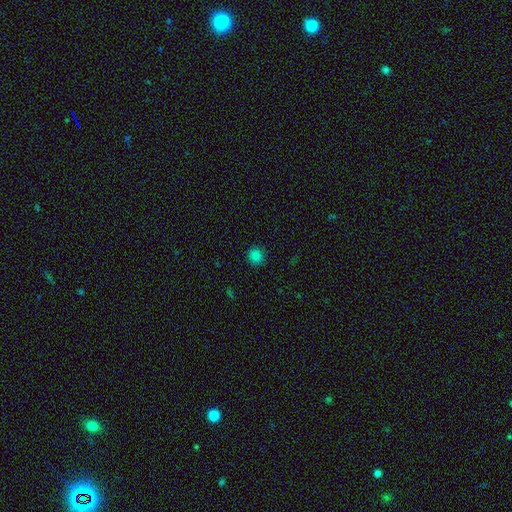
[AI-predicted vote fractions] This is clearly a smooth galaxy (81%). How rounded: clearly round (90%). Merging: clearly none (91%).